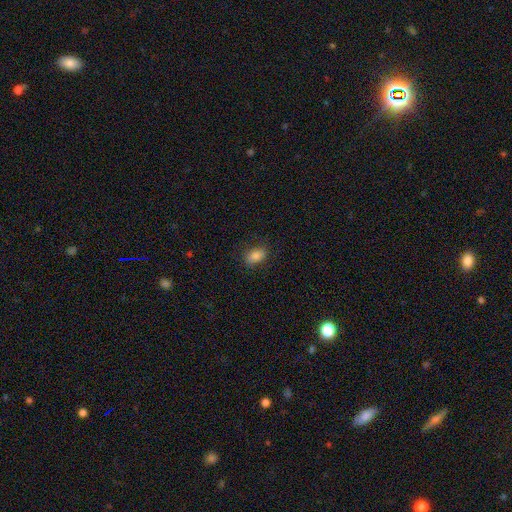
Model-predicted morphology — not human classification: Overall: smooth (84%). How rounded: in between (84%). Merging: none (83%).